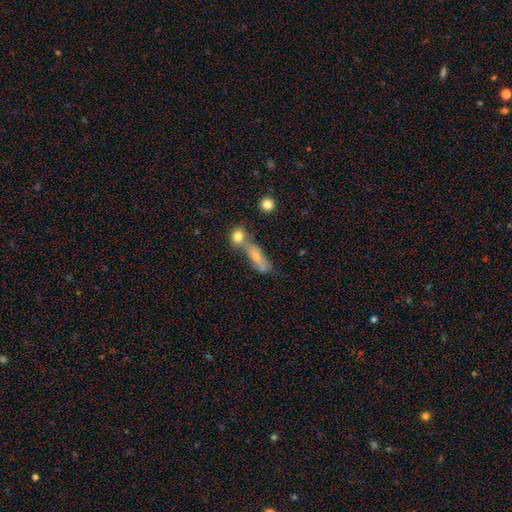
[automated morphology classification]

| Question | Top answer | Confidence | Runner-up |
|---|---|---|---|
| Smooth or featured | smooth | 46% | featured or disk (40%) |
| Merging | none | 41% | merger (38%) |